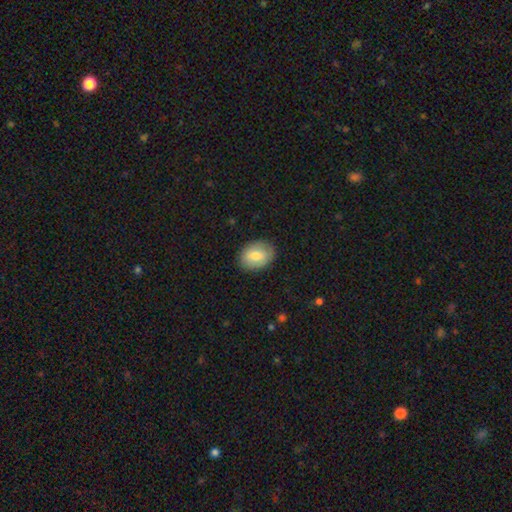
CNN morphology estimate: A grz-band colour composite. It shows a smooth galaxy with no disk features (76%) that is in between round and cigar-shaped (74%). Merging: none (86%).